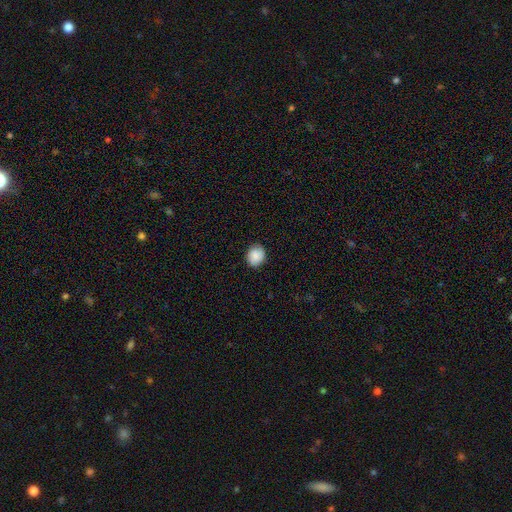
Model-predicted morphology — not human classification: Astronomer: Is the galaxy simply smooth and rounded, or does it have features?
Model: smooth — 86%.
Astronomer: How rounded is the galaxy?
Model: round — 70%.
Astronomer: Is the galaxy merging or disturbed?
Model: none — 85%.